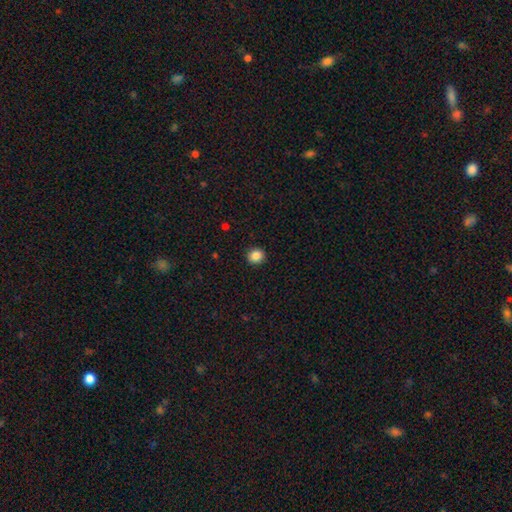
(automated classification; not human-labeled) Smooth or featured?
  - smooth: 87% *
  - star or artifact: 10%
  - featured or disk: 3%
How rounded?
  - round: 88% *
  - in between: 12%
  - cigar-shaped: 1%
Merging?
  - none: 92% *
  - minor disturbance: 5%
  - major disturbance: 2%
  - merger: 1%